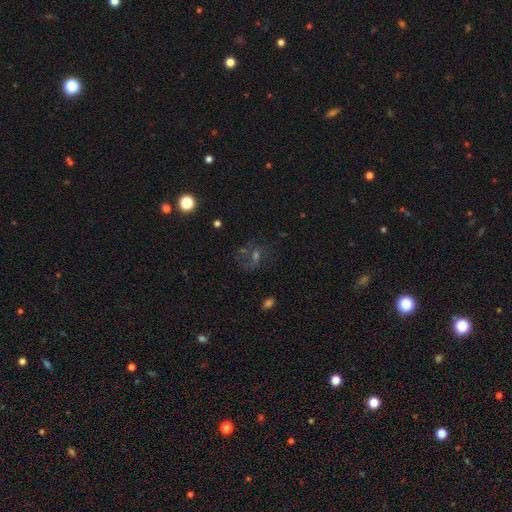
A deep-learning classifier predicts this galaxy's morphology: Smooth or featured?
  - featured or disk: 40% *
  - star or artifact: 34%
  - smooth: 26%
Merging?
  - none: 55% *
  - major disturbance: 21%
  - minor disturbance: 16%
  - merger: 7%